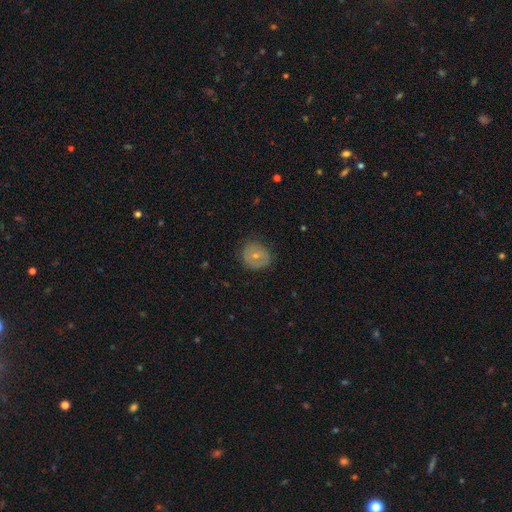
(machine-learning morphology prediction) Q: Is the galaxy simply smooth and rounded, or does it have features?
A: smooth — 56%.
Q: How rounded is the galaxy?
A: round — 76%.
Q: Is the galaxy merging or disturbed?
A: none — 77%.